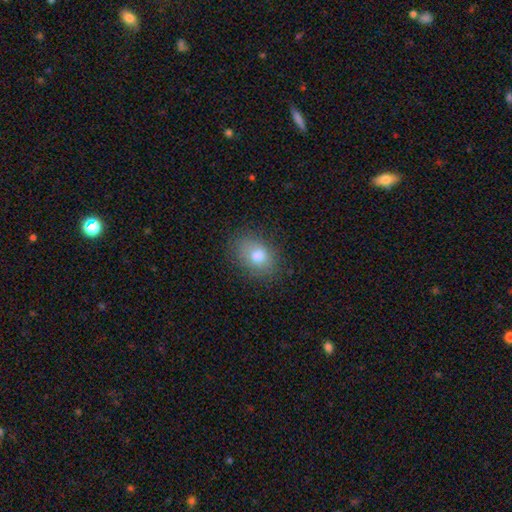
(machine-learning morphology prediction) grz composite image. It shows a smooth galaxy with no disk features (78%) that is in between round and cigar-shaped (64%). Merging: none (81%).